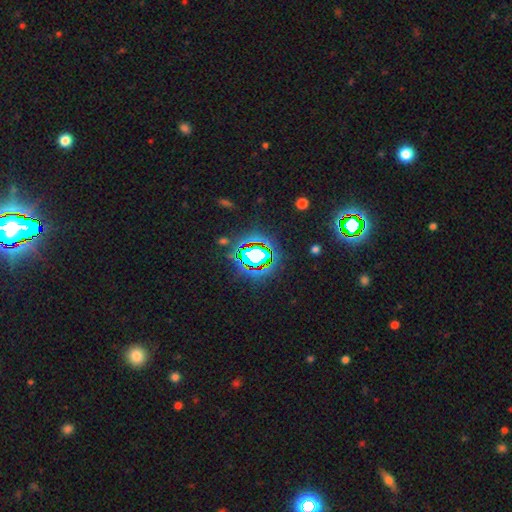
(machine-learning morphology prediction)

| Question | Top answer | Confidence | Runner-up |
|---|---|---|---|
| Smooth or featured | star or artifact | 70% | smooth (18%) |